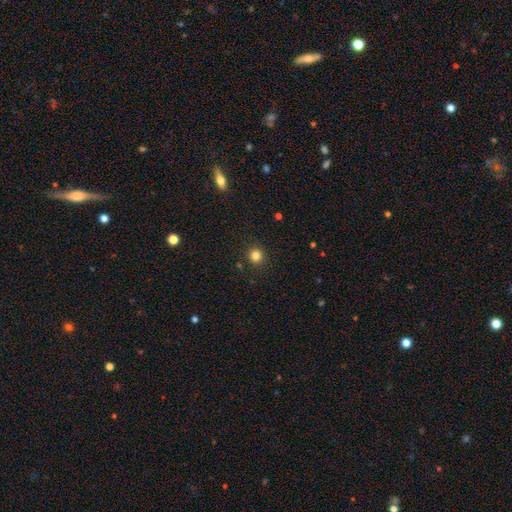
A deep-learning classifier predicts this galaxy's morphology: Smooth or featured: smooth — 83% (star or artifact — 13%)
How rounded: round — 93% (in between — 6%)
Merging: none — 91% (minor disturbance — 6%)